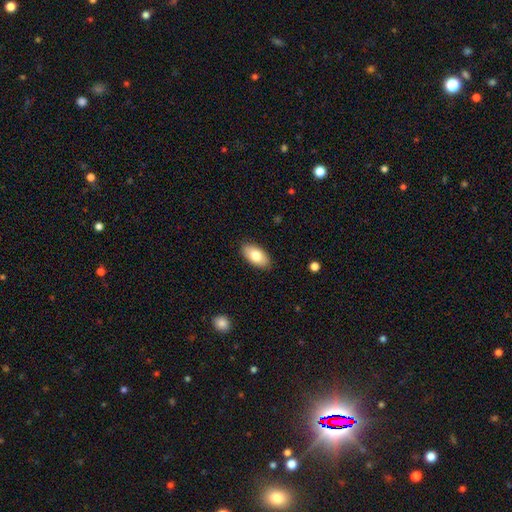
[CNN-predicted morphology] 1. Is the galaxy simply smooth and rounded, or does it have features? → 78% smooth, 16% featured or disk, 6% star or artifact.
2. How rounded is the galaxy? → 94% in between, 3% round, 2% cigar-shaped.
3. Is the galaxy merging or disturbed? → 87% none, 10% minor disturbance, 2% major disturbance, 1% merger.